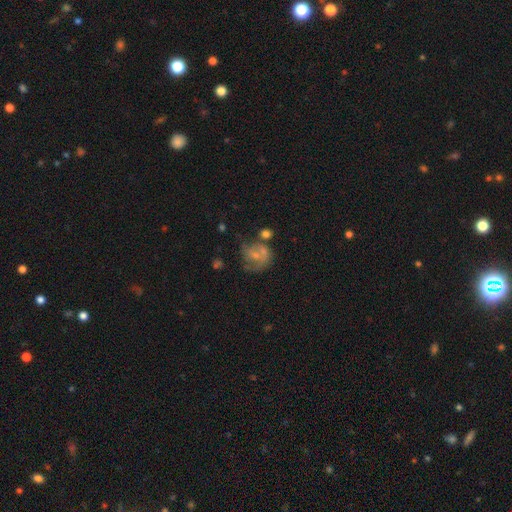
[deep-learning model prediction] Morphology: type=featured or disk (48%); merging=none (35%).